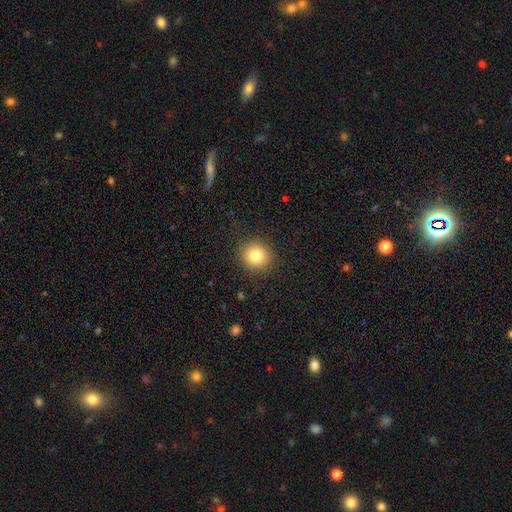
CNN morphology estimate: A smooth galaxy with no disk features (80%) that is round (91%). Merging: none (90%).